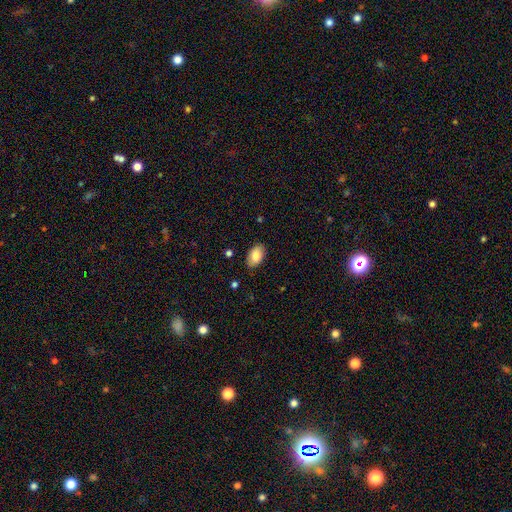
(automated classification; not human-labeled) smooth 81%, featured or disk 12%, star or artifact 7%. Down the decision tree: how rounded — in between (93%); merging — none (85%).